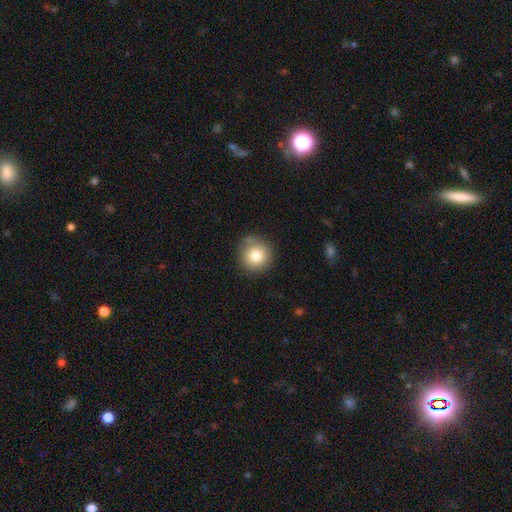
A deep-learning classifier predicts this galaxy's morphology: Smooth or featured?
  - smooth: 80% *
  - featured or disk: 10%
  - star or artifact: 10%
How rounded?
  - round: 93% *
  - in between: 7%
  - cigar-shaped: 1%
Merging?
  - none: 77% *
  - minor disturbance: 15%
  - major disturbance: 4%
  - merger: 3%